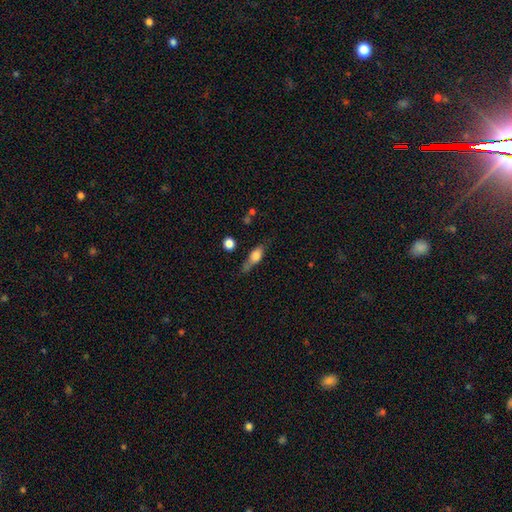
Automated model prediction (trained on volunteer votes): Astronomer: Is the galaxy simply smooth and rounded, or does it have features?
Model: smooth — 66%.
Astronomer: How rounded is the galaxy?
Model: in between — 63%.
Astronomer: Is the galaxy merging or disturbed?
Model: none — 52%.